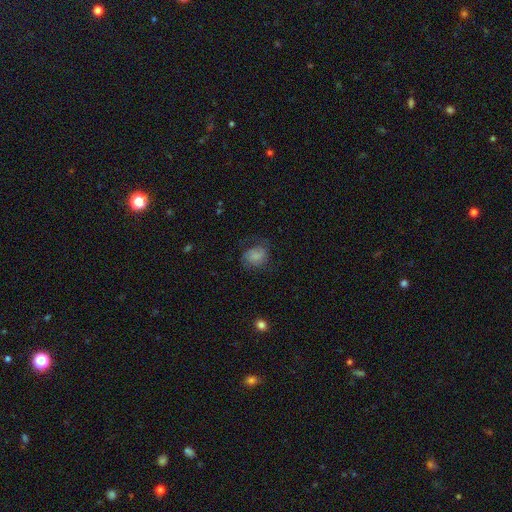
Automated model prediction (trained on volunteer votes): This appears to be a smooth galaxy with no disk features (63%) that is round (53%). Merging: none (57%).